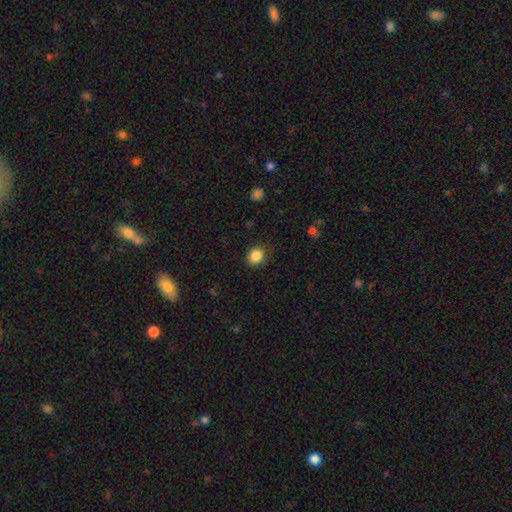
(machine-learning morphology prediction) Smooth or featured?
  - smooth: 86% *
  - star or artifact: 10%
  - featured or disk: 4%
How rounded?
  - round: 66% *
  - in between: 34%
  - cigar-shaped: 1%
Merging?
  - none: 83% *
  - minor disturbance: 13%
  - major disturbance: 3%
  - merger: 1%